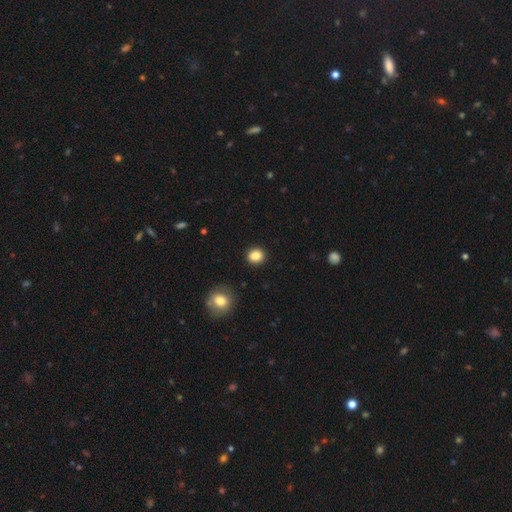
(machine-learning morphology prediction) This is clearly a smooth galaxy (86%). How rounded: clearly round (85%). Merging: clearly none (91%).